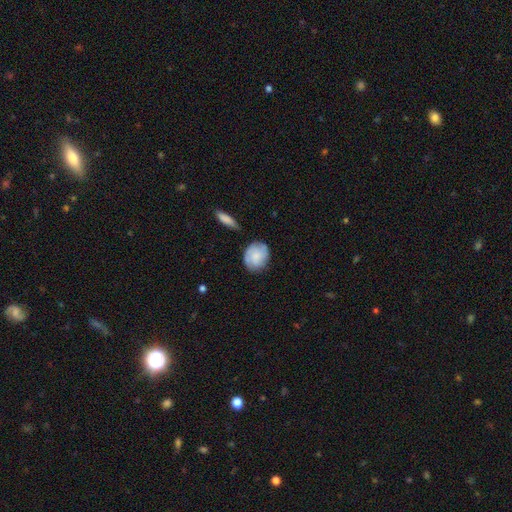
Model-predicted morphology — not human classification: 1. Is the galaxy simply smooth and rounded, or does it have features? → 57% smooth, 36% featured or disk, 7% star or artifact.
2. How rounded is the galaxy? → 61% round, 38% in between, 1% cigar-shaped.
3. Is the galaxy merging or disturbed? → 74% none, 18% minor disturbance, 5% major disturbance, 3% merger.